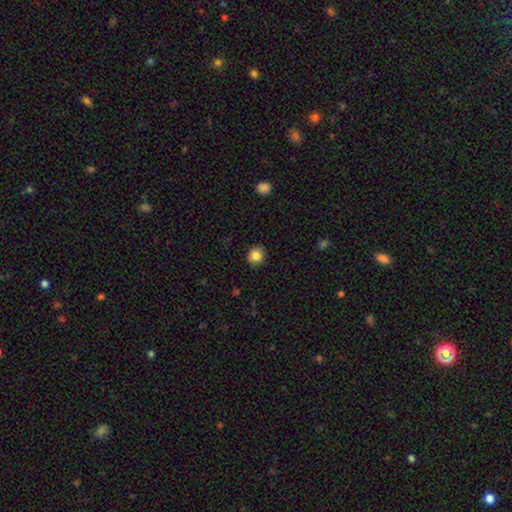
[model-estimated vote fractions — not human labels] Overall: smooth (85%). How rounded: round (88%). Merging: none (90%).